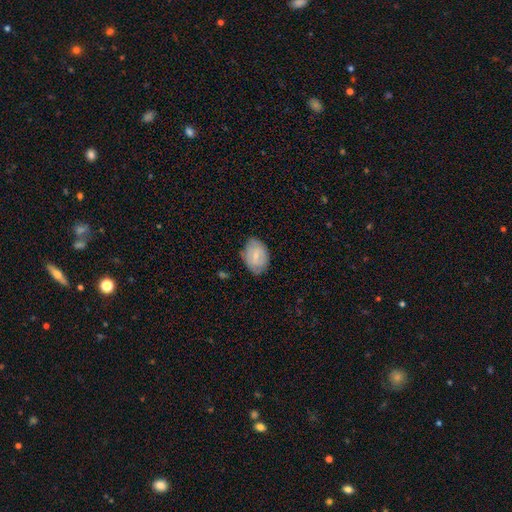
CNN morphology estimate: This appears to be a smooth galaxy with no disk features (52%) that is in between round and cigar-shaped (76%). Merging: none (72%).